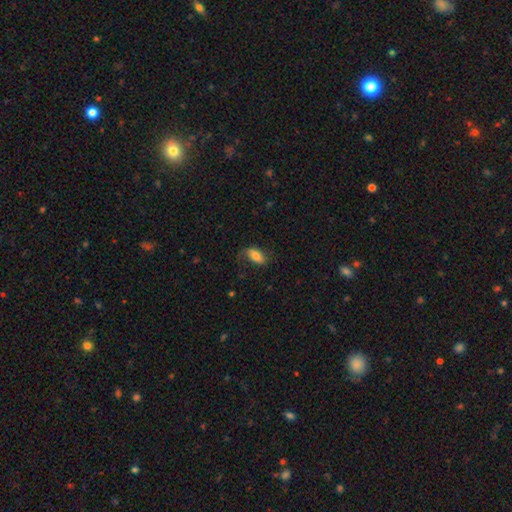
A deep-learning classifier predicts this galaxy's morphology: The model was most divided on "merging": none: 63%, minor disturbance: 23%, major disturbance: 12%, merger: 1%. More confident: how rounded — in between (88%); smooth or featured — smooth (71%).